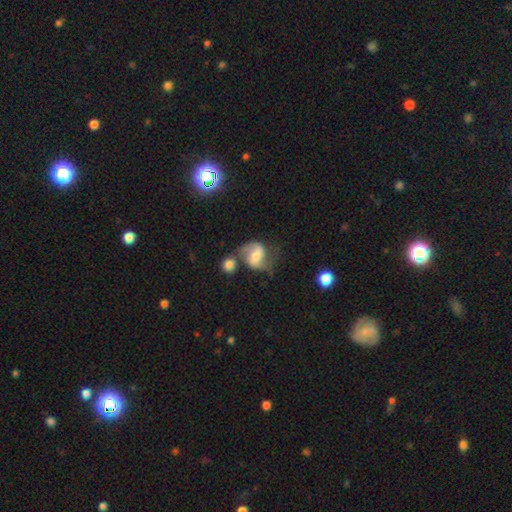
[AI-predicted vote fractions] Smooth or featured?
  - featured or disk: 68% *
  - smooth: 24%
  - star or artifact: 8%
Edge-on disk?
  - no: 97% *
  - yes: 3%
Bar?
  - weak: 44% *
  - no: 31%
  - strong: 25%
Spiral arms?
  - yes: 89% *
  - no: 11%
Spiral winding?
  - medium: 45% *
  - loose: 42%
  - tight: 13%
Spiral arm count?
  - 2: 87% *
  - can't tell: 5%
  - 1: 4%
  - 3: 1%
  - 4: 1%
  - more than 4: 1%
Bulge size?
  - moderate: 49% *
  - small: 37%
  - large: 7%
  - none: 5%
  - dominant: 2%
Merging?
  - none: 44% *
  - merger: 25%
  - minor disturbance: 19%
  - major disturbance: 12%